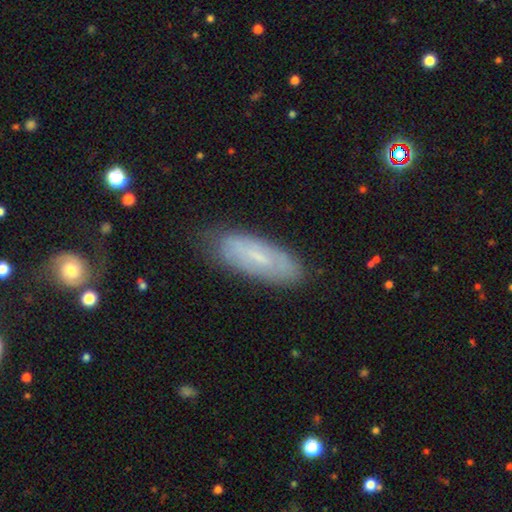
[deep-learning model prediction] Q: Smooth or featured?
A: smooth (46%); runner-up: featured or disk (45%)
Q: Merging?
A: none (79%); runner-up: minor disturbance (16%)